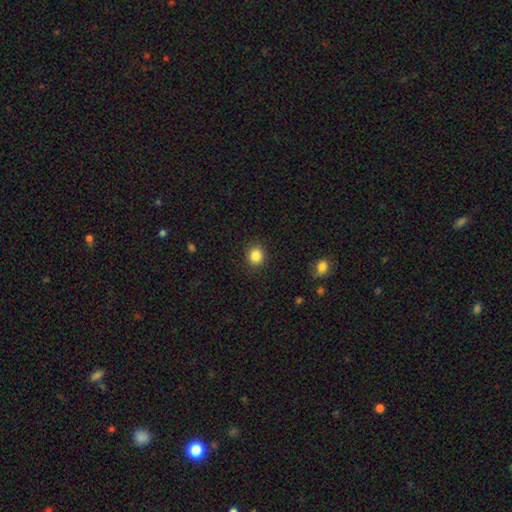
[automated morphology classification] Smooth or featured? Predicted: smooth (p=0.85). How rounded? Predicted: round (p=0.85). Merging? Predicted: none (p=0.90).